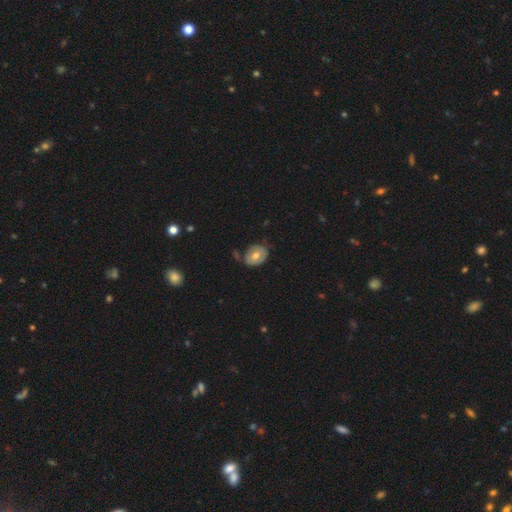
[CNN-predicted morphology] Smooth or featured?
  - smooth: 64% *
  - featured or disk: 28%
  - star or artifact: 8%
How rounded?
  - in between: 59% *
  - round: 40%
  - cigar-shaped: 1%
Merging?
  - none: 67% *
  - minor disturbance: 22%
  - merger: 6%
  - major disturbance: 5%